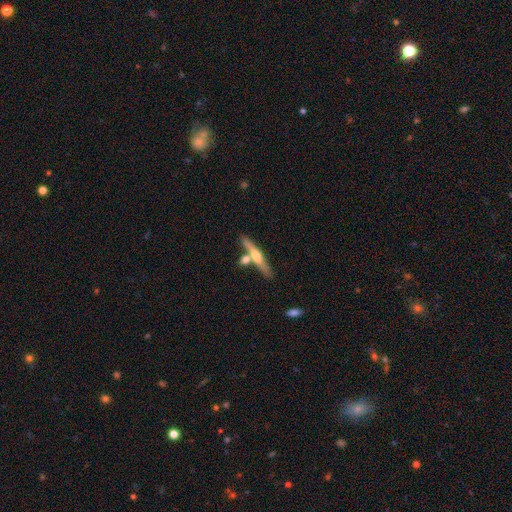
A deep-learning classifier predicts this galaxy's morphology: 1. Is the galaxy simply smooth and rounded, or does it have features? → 58% featured or disk, 36% smooth, 6% star or artifact.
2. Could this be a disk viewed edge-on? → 94% yes, 6% no.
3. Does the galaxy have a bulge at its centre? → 88% rounded, 8% none, 4% boxy.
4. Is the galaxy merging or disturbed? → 65% none, 21% merger, 10% minor disturbance, 3% major disturbance.